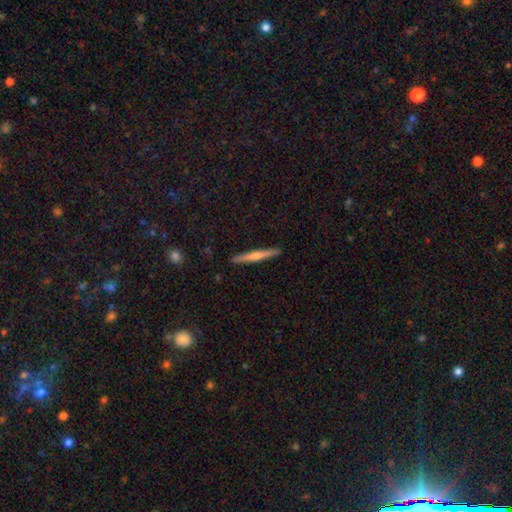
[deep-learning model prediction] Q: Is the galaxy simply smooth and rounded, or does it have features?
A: featured or disk — 51%.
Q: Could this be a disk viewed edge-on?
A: yes — 97%.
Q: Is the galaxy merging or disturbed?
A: none — 91%.